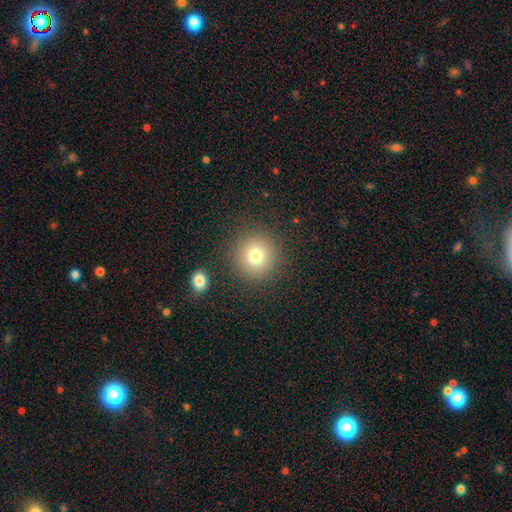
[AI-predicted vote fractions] This is likely a smooth galaxy (75%). How rounded: clearly round (94%). Merging: clearly none (88%).